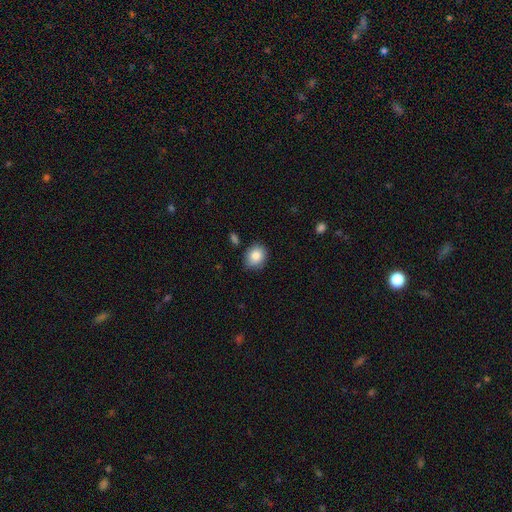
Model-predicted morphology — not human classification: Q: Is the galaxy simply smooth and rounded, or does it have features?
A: smooth — 85%.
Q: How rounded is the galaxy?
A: round — 63%.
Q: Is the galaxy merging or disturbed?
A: none — 81%.